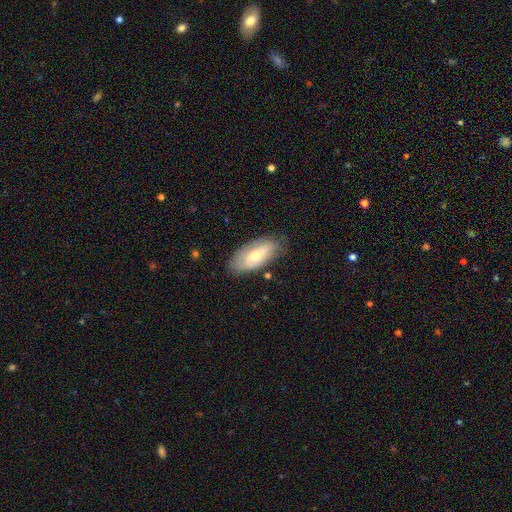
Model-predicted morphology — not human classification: Q: Smooth or featured?
A: smooth (50%); runner-up: featured or disk (44%)
Q: How rounded?
A: in between (87%); runner-up: cigar-shaped (10%)
Q: Merging?
A: none (74%); runner-up: minor disturbance (19%)